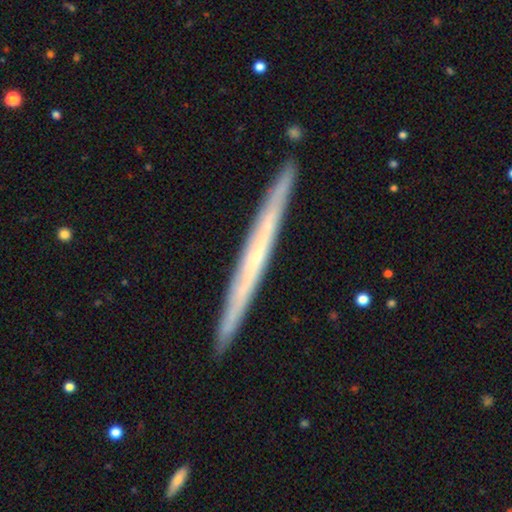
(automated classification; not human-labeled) Overall: featured or disk (65%; smooth 29%). Edge-on disk: yes (96%). Edge-on bulge: none (82%). Merging: none (91%).